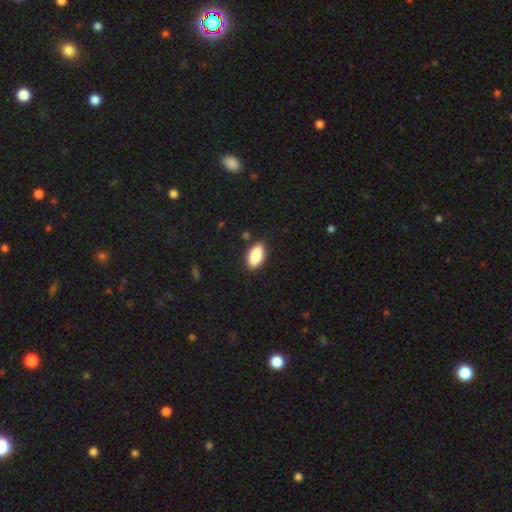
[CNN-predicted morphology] Smooth or featured?
  - smooth: 87% *
  - star or artifact: 7%
  - featured or disk: 7%
How rounded?
  - in between: 92% *
  - cigar-shaped: 5%
  - round: 3%
Merging?
  - none: 86% *
  - minor disturbance: 10%
  - major disturbance: 2%
  - merger: 2%